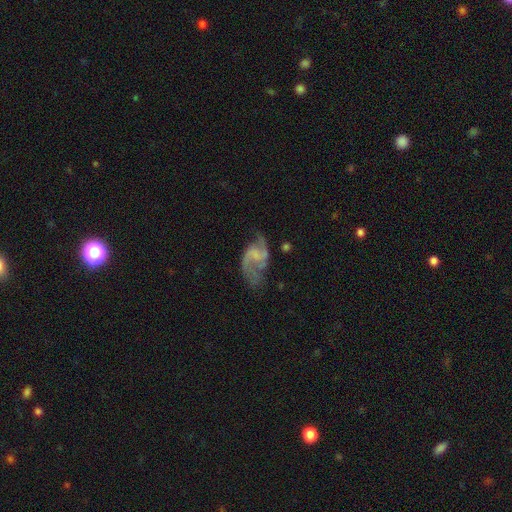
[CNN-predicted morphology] Smooth or featured: featured or disk — 81% (smooth — 12%)
Edge-on disk: no — 98% (yes — 2%)
Bar: no — 47% (weak — 42%)
Spiral arms: yes — 92% (no — 8%)
Spiral winding: loose — 58% (medium — 34%)
Spiral arm count: 2 — 86% (can't tell — 5%)
Bulge size: none — 53% (small — 31%)
Merging: none — 52% (minor disturbance — 22%)